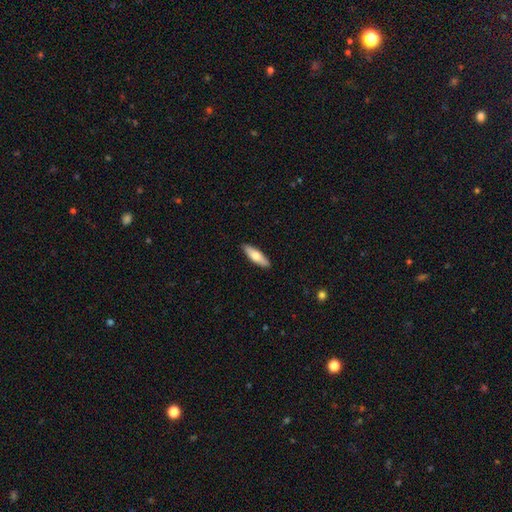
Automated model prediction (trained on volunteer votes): This is likely a smooth galaxy (65%). How rounded: possibly cigar-shaped (57%). Merging: clearly none (90%).